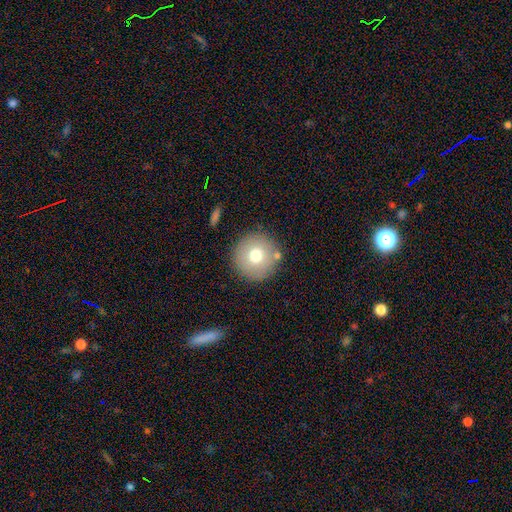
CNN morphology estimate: This is likely a smooth galaxy (72%). How rounded: clearly round (96%). Merging: clearly none (84%).